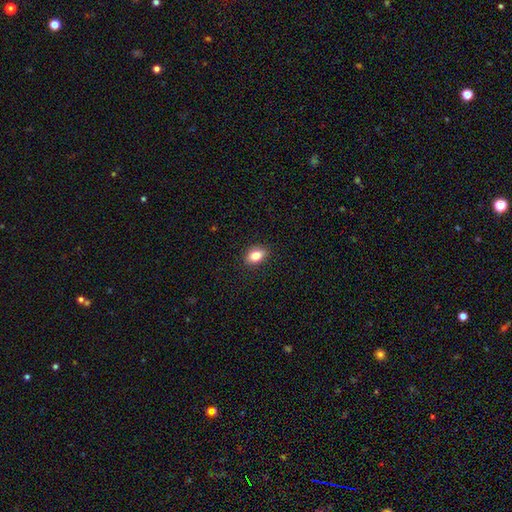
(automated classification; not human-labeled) A smooth galaxy with no disk features (83%) that is in between round and cigar-shaped (82%). Merging: none (89%).